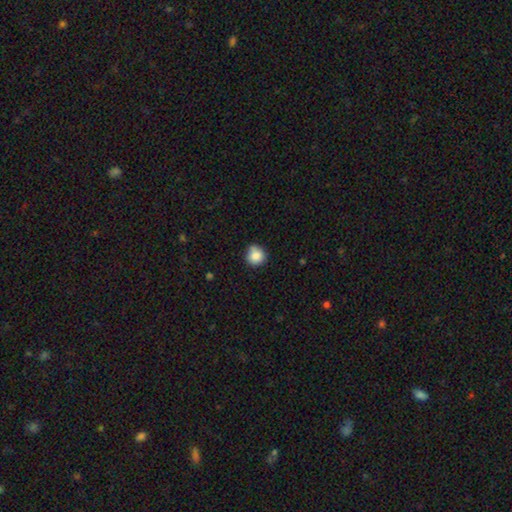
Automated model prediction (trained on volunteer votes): Overall: smooth (85%). How rounded: round (91%). Merging: none (70%).